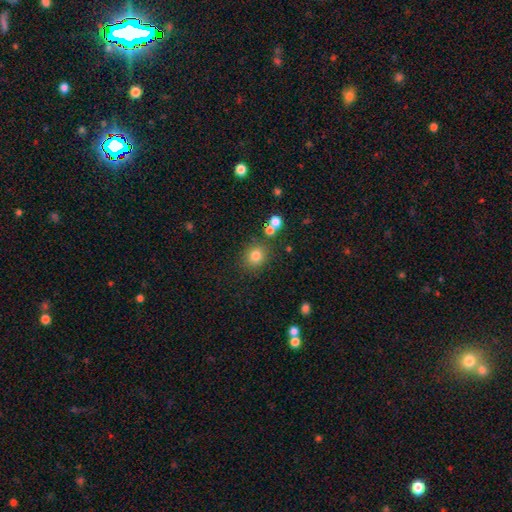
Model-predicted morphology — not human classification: Smooth or featured: smooth — 80% (star or artifact — 13%)
How rounded: round — 81% (in between — 19%)
Merging: none — 79% (minor disturbance — 10%)